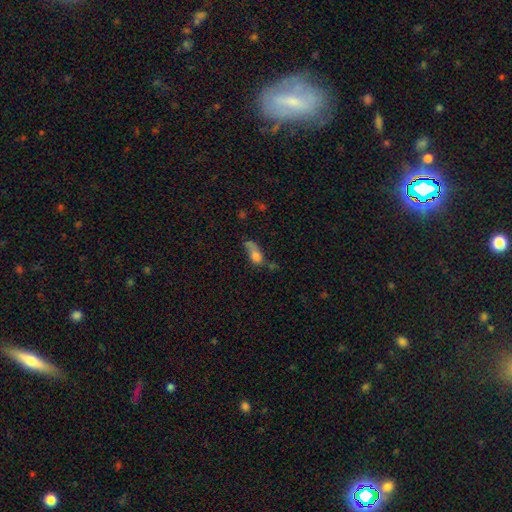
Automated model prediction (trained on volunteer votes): The model was most divided on "merging": major disturbance: 36%, none: 23%, minor disturbance: 22%, merger: 19%. More confident: how rounded — in between (72%); smooth or featured — smooth (69%).